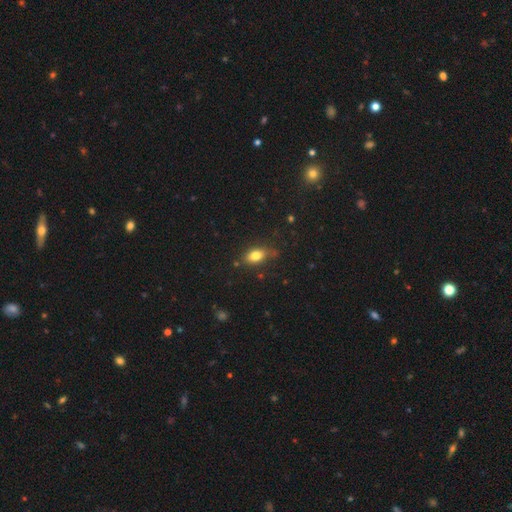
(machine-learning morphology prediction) smooth 81%, featured or disk 10%, star or artifact 9%. Down the decision tree: how rounded — in between (83%); merging — none (72%).